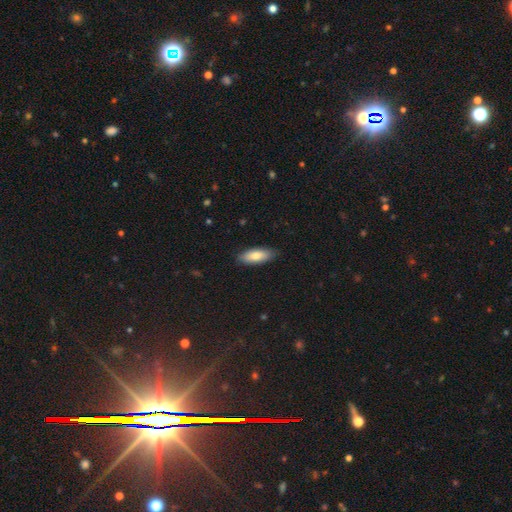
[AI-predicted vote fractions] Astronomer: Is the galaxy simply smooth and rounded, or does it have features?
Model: smooth — 78%.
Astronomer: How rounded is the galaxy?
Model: in between — 73%.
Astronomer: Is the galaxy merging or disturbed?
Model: none — 87%.